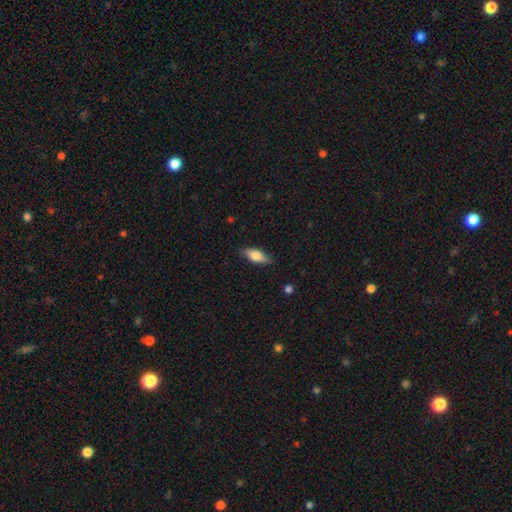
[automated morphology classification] Smooth or featured? Predicted: smooth (p=0.73). How rounded? Predicted: in between (p=0.73). Merging? Predicted: none (p=0.83).